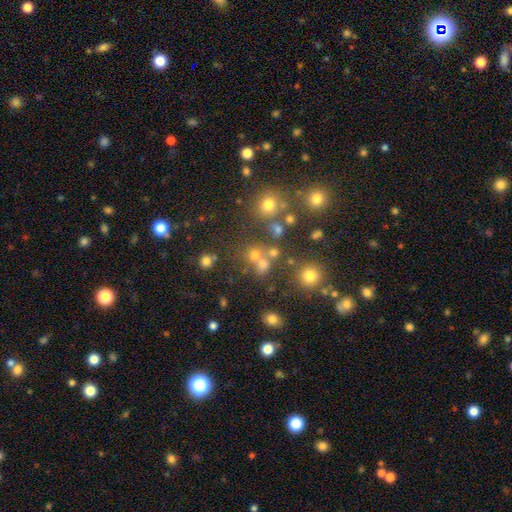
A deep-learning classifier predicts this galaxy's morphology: Smooth or featured? smooth (60%)
How rounded? round (82%)
Merging? none (61%)